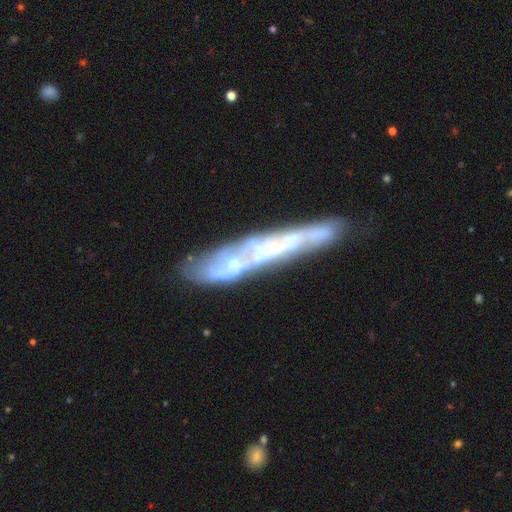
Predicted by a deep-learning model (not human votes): Smooth or featured? Predicted: featured or disk (p=0.69). Edge-on disk? Predicted: yes (p=0.60). Merging? Predicted: none (p=0.66).